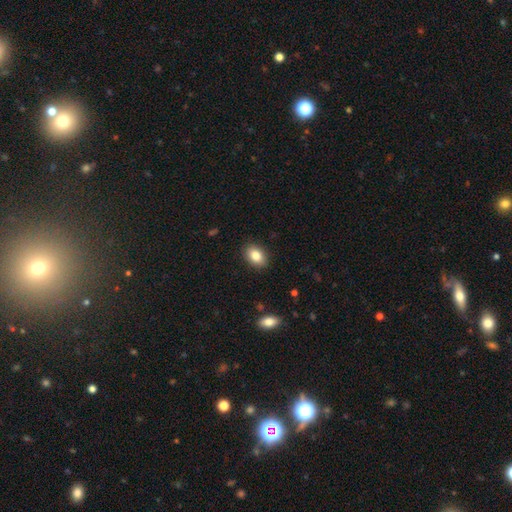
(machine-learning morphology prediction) This appears to be a smooth galaxy with no disk features (84%) that is in between round and cigar-shaped (81%). Merging: none (89%).